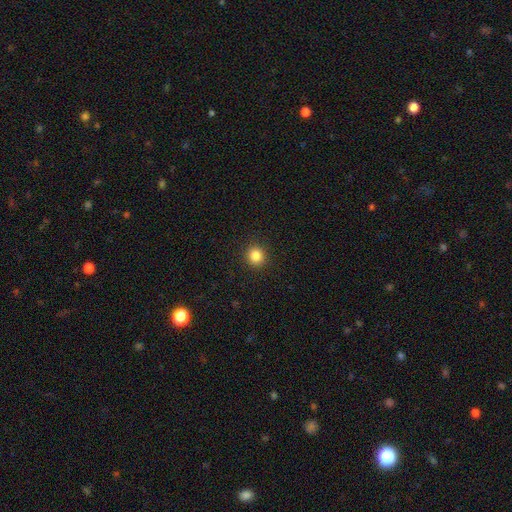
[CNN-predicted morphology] Smooth or featured?
  - smooth: 84% *
  - star or artifact: 11%
  - featured or disk: 4%
How rounded?
  - round: 90% *
  - in between: 9%
  - cigar-shaped: 1%
Merging?
  - none: 92% *
  - minor disturbance: 5%
  - major disturbance: 2%
  - merger: 1%